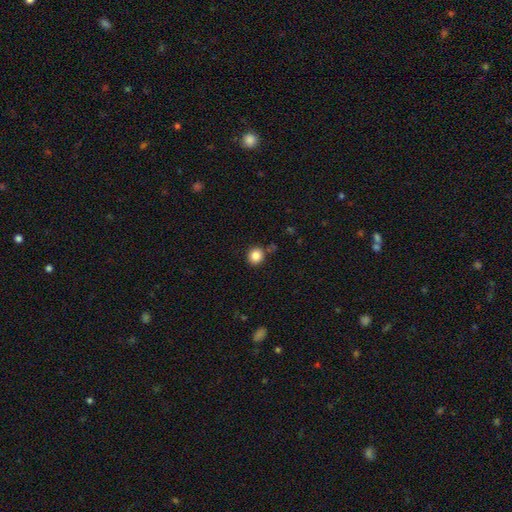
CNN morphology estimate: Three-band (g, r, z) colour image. It shows a smooth galaxy with no disk features (85%) that is round (85%). Merging: none (82%).